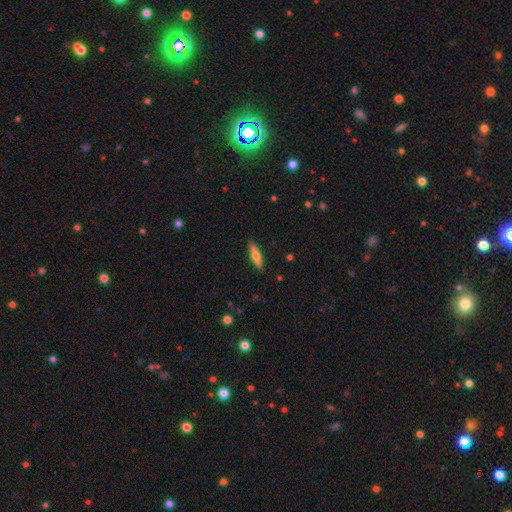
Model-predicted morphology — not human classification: Overall: smooth (57%; featured or disk 37%). How rounded: cigar-shaped (68%; in between 30%). Merging: none (89%).